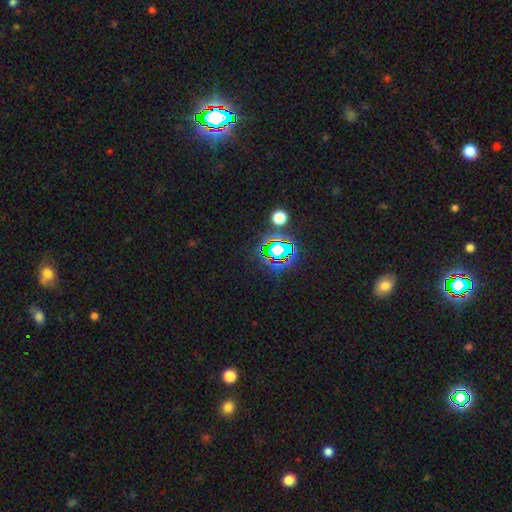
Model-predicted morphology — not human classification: star or artifact 76%, smooth 15%, featured or disk 9%.